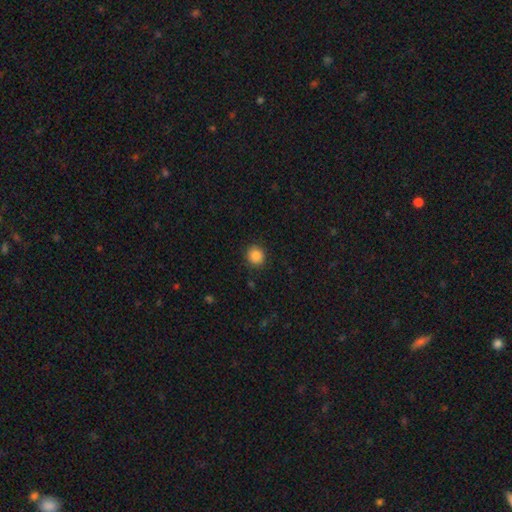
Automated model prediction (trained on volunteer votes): This is clearly a smooth galaxy (87%). How rounded: clearly round (89%). Merging: clearly none (90%).